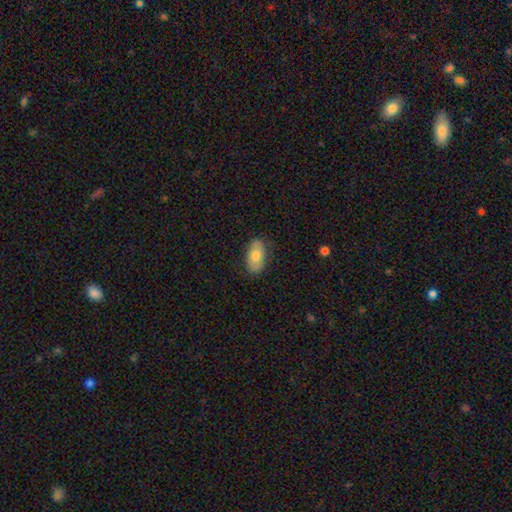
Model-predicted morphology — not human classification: Smooth or featured: smooth — 70% (featured or disk — 24%)
How rounded: in between — 93% (round — 5%)
Merging: none — 82% (minor disturbance — 14%)